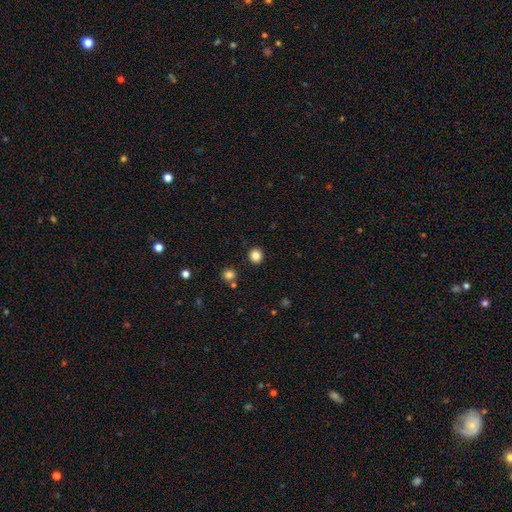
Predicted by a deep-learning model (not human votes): smooth_or_featured: smooth (p=0.85) [alt: star or artifact p=0.11]
how_rounded: round (p=0.89) [alt: in between p=0.10]
merging: none (p=0.92) [alt: minor disturbance p=0.05]